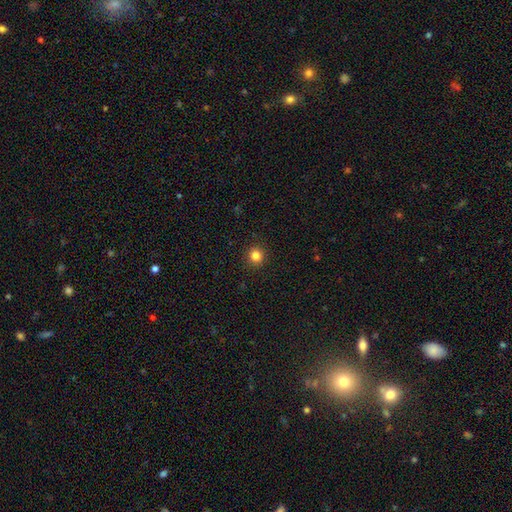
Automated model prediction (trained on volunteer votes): A smooth galaxy with no disk features (84%) that is round (93%).

Vote fractions:
- Smooth or featured? smooth: 84% / star or artifact: 12% / featured or disk: 5%
- How rounded? round: 93% / in between: 6% / cigar-shaped: 1%
- Merging? none: 92% / minor disturbance: 5% / major disturbance: 2% / merger: 1%